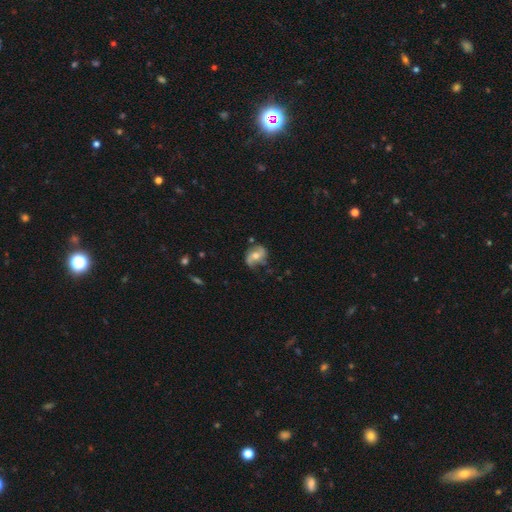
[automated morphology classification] type=featured or disk (65%); edge-on=no (96%); bar=no (51%); spiral arms=yes (87%); winding=loose (55%); arm count=2 (81%); bulge=moderate (65%); merging=none (61%).